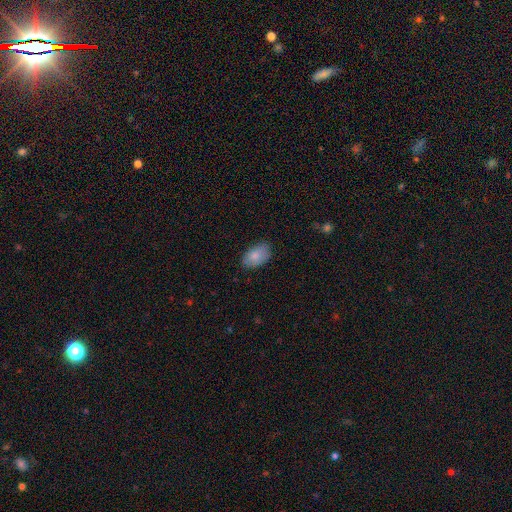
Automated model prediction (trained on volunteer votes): smooth 83%, featured or disk 11%, star or artifact 6%. Down the decision tree: how rounded — in between (93%); merging — none (81%).